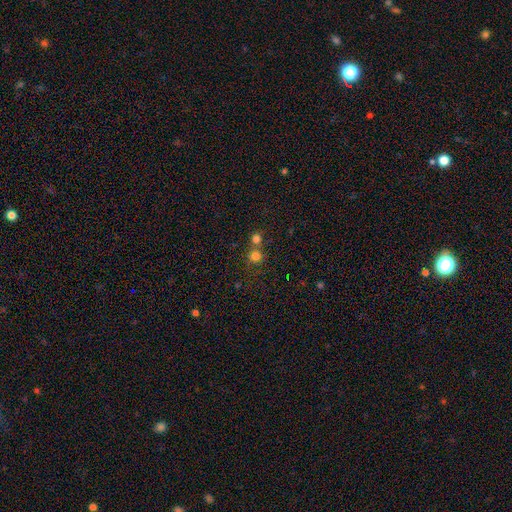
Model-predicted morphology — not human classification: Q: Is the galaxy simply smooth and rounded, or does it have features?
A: smooth — 77%.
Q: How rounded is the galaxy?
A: round — 90%.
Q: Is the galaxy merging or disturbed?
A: none — 56%.